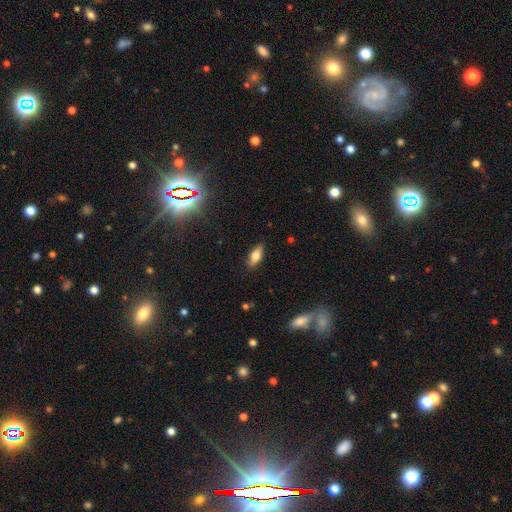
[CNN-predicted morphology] smooth_or_featured: smooth (p=0.68) [alt: featured or disk p=0.24]
how_rounded: in between (p=0.73) [alt: cigar-shaped p=0.23]
merging: none (p=0.86) [alt: minor disturbance p=0.11]